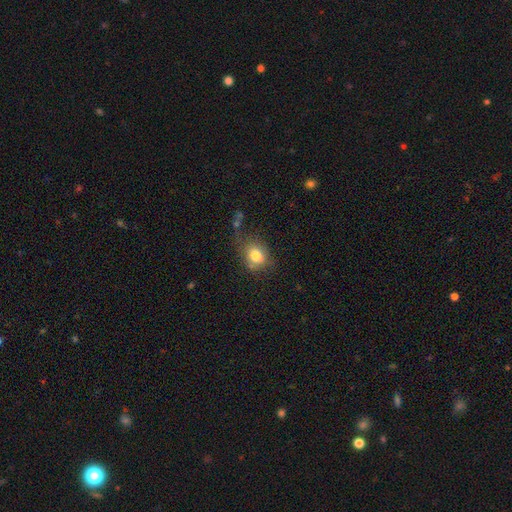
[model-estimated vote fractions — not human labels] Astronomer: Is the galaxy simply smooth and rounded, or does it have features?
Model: smooth — 80%.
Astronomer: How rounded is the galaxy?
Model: in between — 51% (runner-up: round, 48%).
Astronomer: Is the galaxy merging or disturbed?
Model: none — 59%.